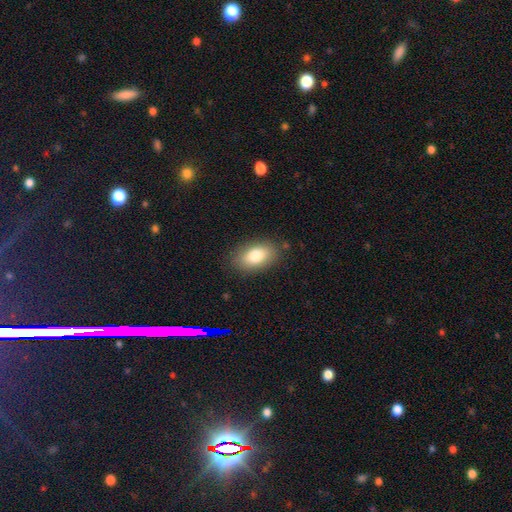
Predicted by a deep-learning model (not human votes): A smooth galaxy with no disk features (79%) that is in between round and cigar-shaped (91%). Merging: none (84%).